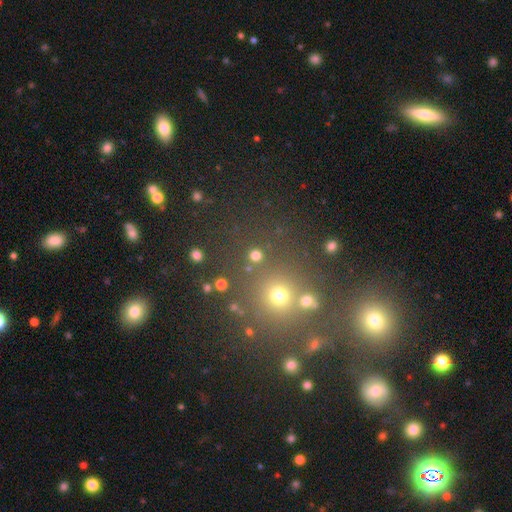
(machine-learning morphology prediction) Smooth or featured: smooth — 75% (star or artifact — 20%)
How rounded: round — 92% (in between — 6%)
Merging: none — 82% (merger — 9%)